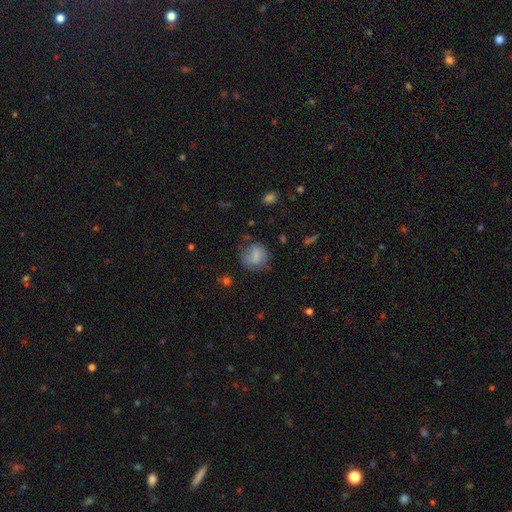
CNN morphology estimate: type=smooth (72%); roundness=round (68%); merging=none (61%).